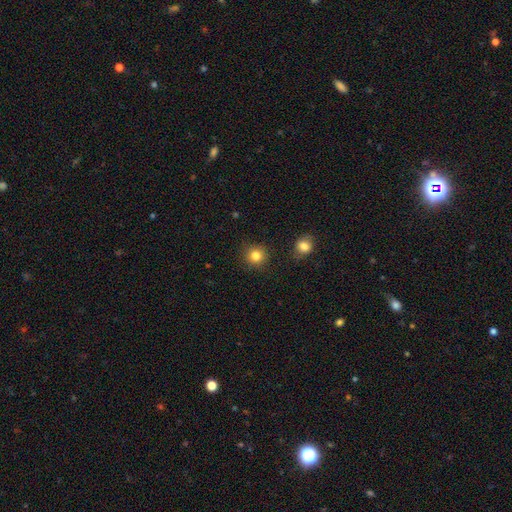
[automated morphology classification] Smooth or featured: smooth — 83% (star or artifact — 12%)
How rounded: round — 92% (in between — 7%)
Merging: none — 88% (minor disturbance — 7%)